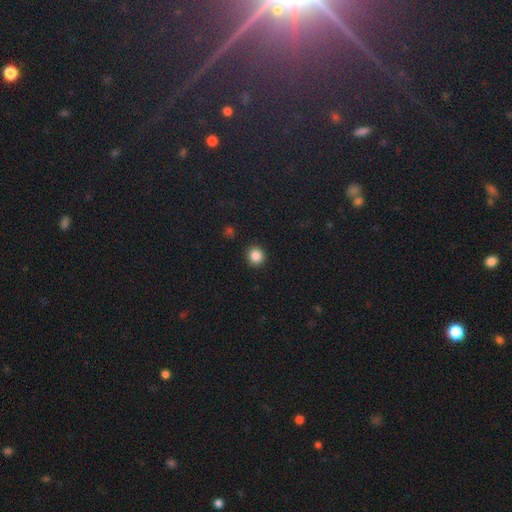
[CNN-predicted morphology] Smooth or featured? smooth (86%)
How rounded? round (88%)
Merging? none (91%)